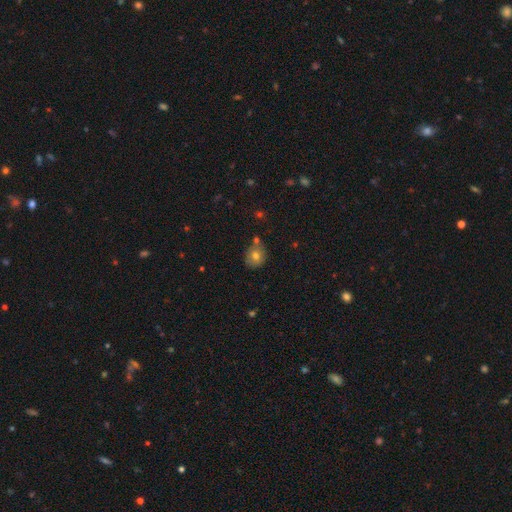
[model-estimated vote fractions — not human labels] smooth 73%, featured or disk 16%, star or artifact 11%. Down the decision tree: how rounded — round (74%); merging — none (66%).